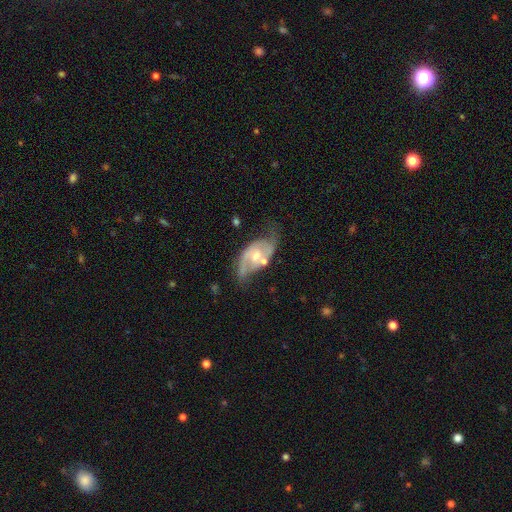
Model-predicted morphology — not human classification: A featured or disk galaxy (81%) with no bar (52%), 2 (85%) medium (47%) spiral arms (90%) and a moderate central bulge (52%). Merging: none (51%).